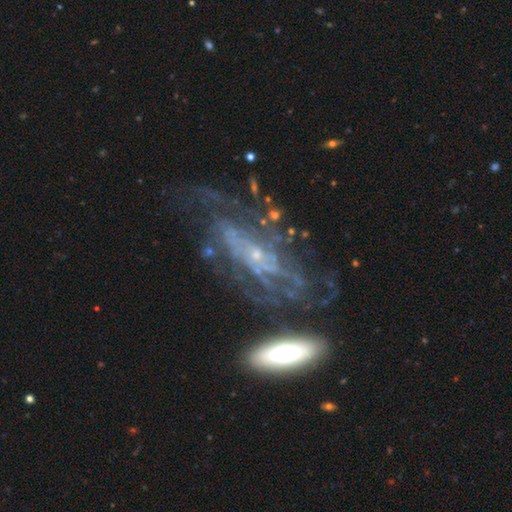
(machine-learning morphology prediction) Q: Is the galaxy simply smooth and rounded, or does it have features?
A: featured or disk — 79%.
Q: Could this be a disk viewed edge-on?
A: no — 86%.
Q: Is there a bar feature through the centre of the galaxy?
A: no — 68%.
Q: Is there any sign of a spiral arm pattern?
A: yes — 76%.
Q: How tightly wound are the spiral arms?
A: tight — 50%.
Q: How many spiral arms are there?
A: can't tell — 52%.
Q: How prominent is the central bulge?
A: small — 79%.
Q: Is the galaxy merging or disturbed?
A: none — 44%.